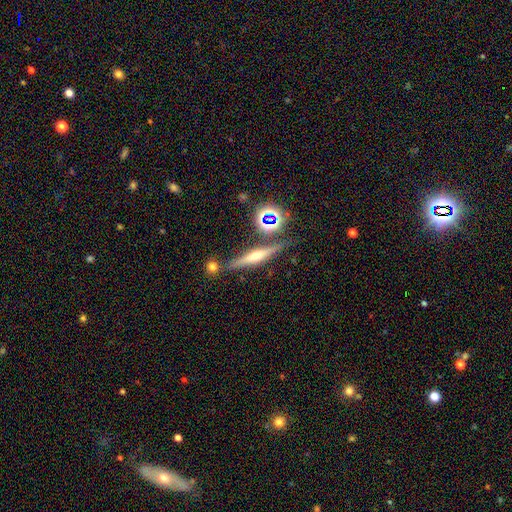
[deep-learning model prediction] Smooth or featured: featured or disk — 64% (smooth — 24%)
Edge-on disk: yes — 95% (no — 5%)
Edge-on bulge: rounded — 91% (none — 5%)
Merging: none — 81% (minor disturbance — 10%)